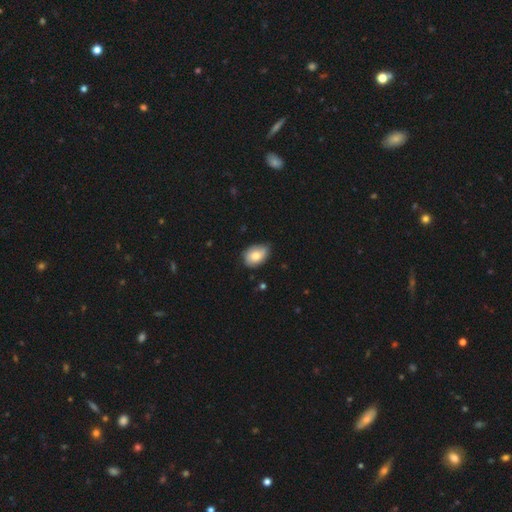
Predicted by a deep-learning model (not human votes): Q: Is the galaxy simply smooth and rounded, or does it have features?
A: smooth — 77%.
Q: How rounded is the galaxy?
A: in between — 76%.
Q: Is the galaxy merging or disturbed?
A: none — 64%.